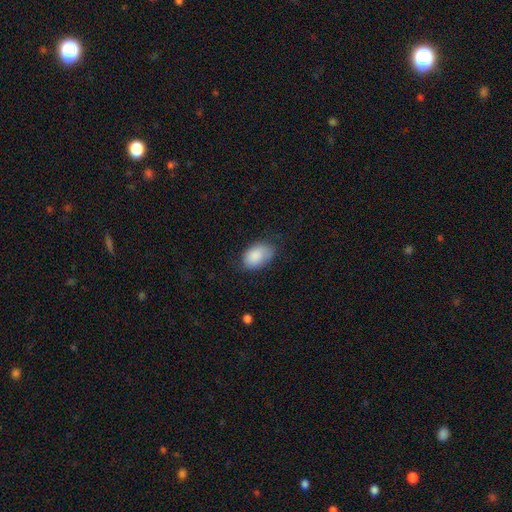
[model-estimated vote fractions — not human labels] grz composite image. It shows a smooth galaxy with no disk features (87%) that is in between round and cigar-shaped (89%). Merging: none (66%).